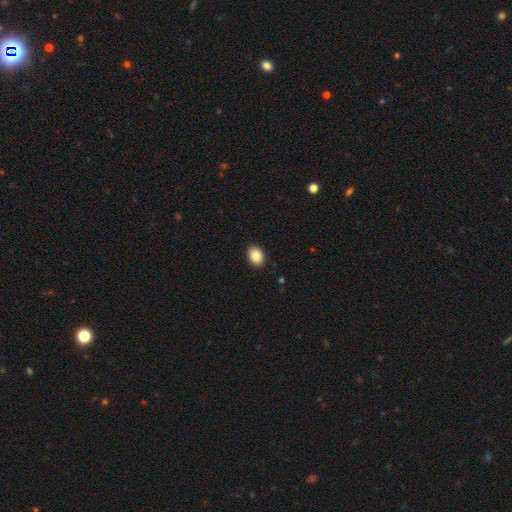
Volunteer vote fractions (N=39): Smooth or featured?
  - smooth: 87% *
  - star or artifact: 8%
  - featured or disk: 5%
How rounded?
  - in between: 65% *
  - round: 35%
  - cigar-shaped: 0%
Merging?
  - none: 92% *
  - minor disturbance: 6%
  - major disturbance: 3%
  - merger: 0%